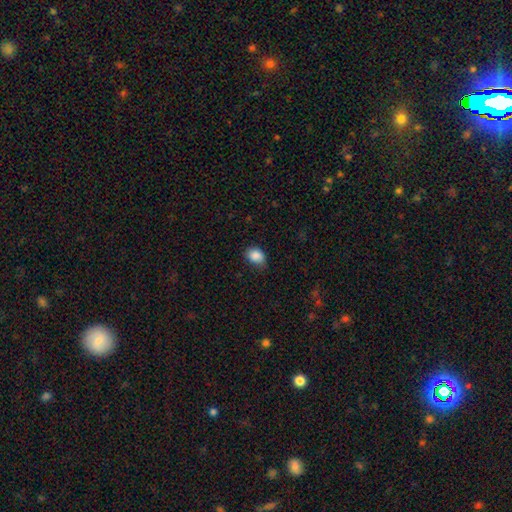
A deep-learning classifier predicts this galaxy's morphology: Overall: smooth (87%). How rounded: in between (70%). Merging: none (70%).